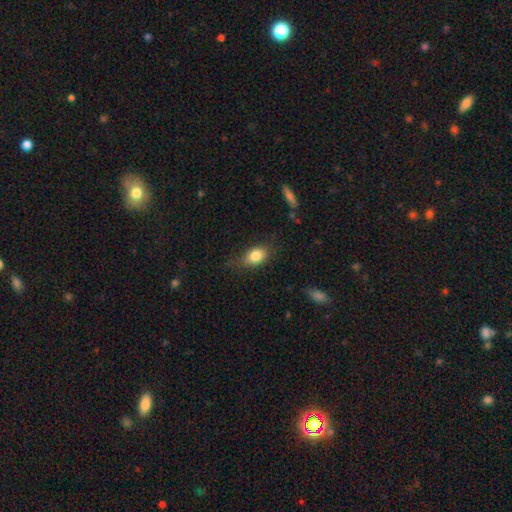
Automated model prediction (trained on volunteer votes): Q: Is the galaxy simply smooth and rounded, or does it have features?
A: smooth — 83%.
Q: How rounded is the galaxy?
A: in between — 81%.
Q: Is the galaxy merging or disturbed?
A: none — 69%.